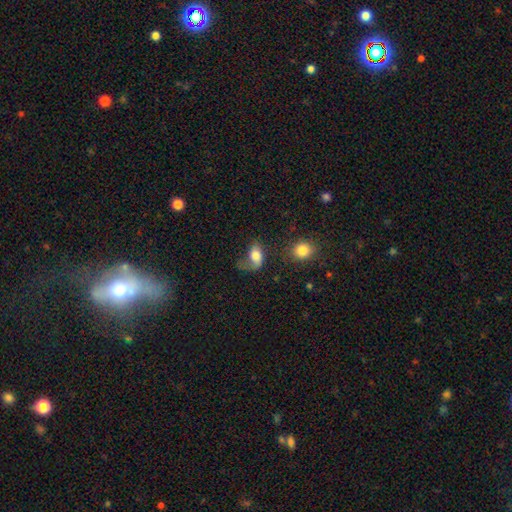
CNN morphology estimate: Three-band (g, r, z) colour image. It shows a smooth galaxy with no disk features (64%) that is in between round and cigar-shaped (81%). Merging: major disturbance (45%).